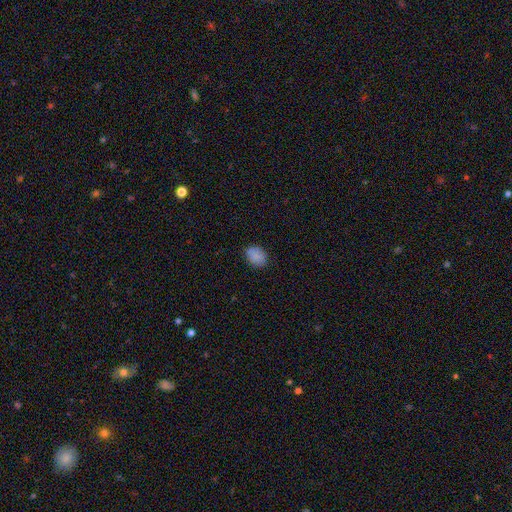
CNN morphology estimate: This appears to be a smooth galaxy with no disk features (85%) that is in between round and cigar-shaped (68%). Merging: none (82%).